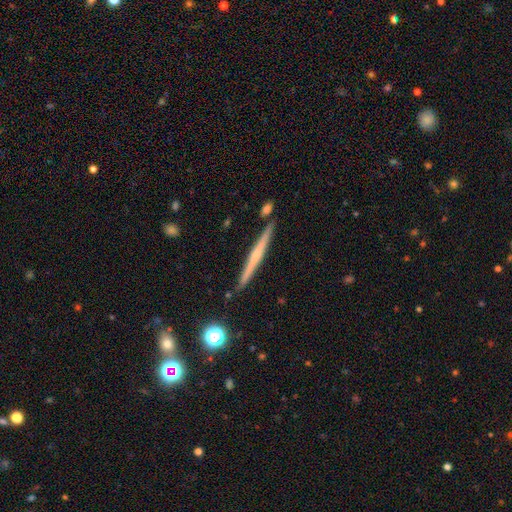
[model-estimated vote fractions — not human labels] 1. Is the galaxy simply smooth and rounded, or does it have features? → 62% featured or disk, 31% smooth, 7% star or artifact.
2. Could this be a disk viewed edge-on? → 98% yes, 2% no.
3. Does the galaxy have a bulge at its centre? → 51% none, 40% rounded, 9% boxy.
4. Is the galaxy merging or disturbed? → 88% none, 8% minor disturbance, 3% merger, 2% major disturbance.